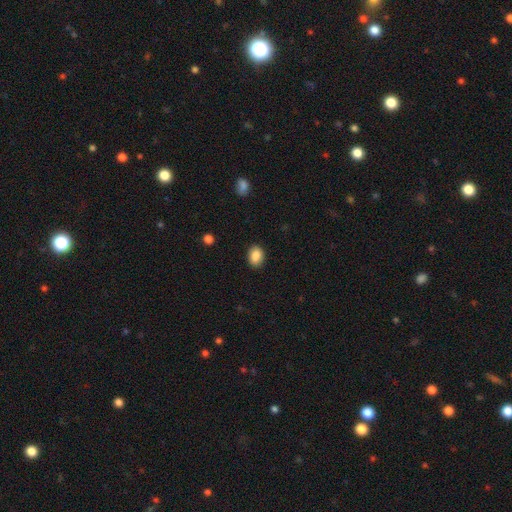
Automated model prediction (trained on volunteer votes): Smooth or featured: smooth — 88% (star or artifact — 8%)
How rounded: in between — 71% (round — 28%)
Merging: none — 88% (minor disturbance — 9%)